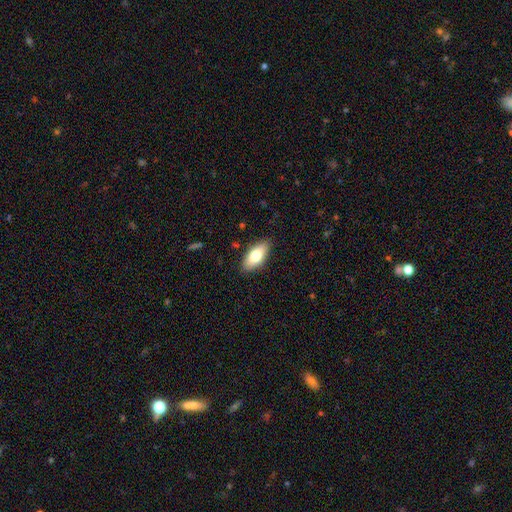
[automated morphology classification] smooth-or-featured: smooth: 75% | featured or disk: 18% | star or artifact: 7%
  how-rounded: in between: 88% | cigar-shaped: 10% | round: 3%
  merging: none: 87% | minor disturbance: 10% | major disturbance: 2% | merger: 1%